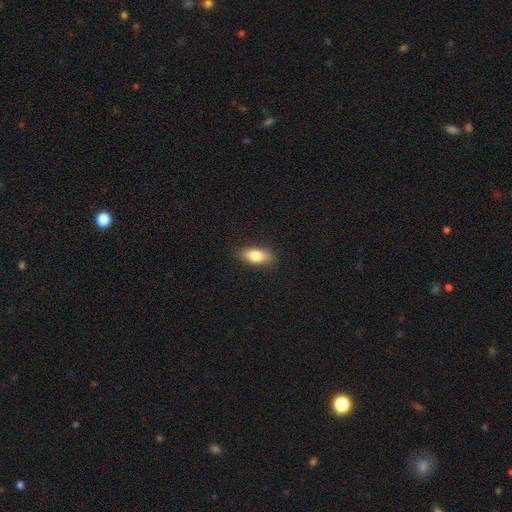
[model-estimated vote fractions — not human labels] A smooth galaxy with no disk features (80%) that is in between round and cigar-shaped (82%).

Vote fractions:
- Smooth or featured? smooth: 80% / featured or disk: 13% / star or artifact: 7%
- How rounded? in between: 82% / cigar-shaped: 13% / round: 5%
- Merging? none: 87% / minor disturbance: 10% / major disturbance: 2% / merger: 1%